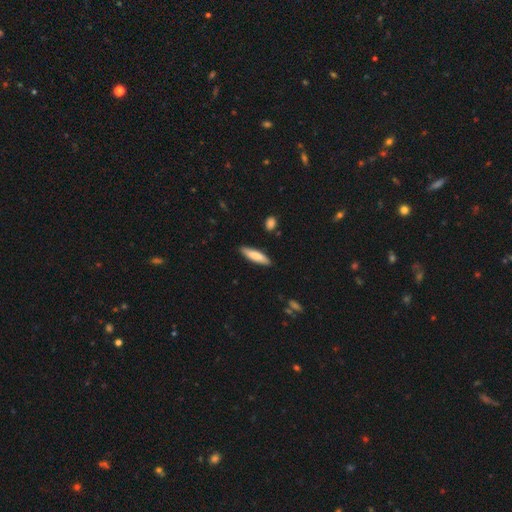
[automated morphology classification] This is clearly a smooth galaxy (80%). How rounded: likely cigar-shaped (69%). Merging: clearly none (86%).